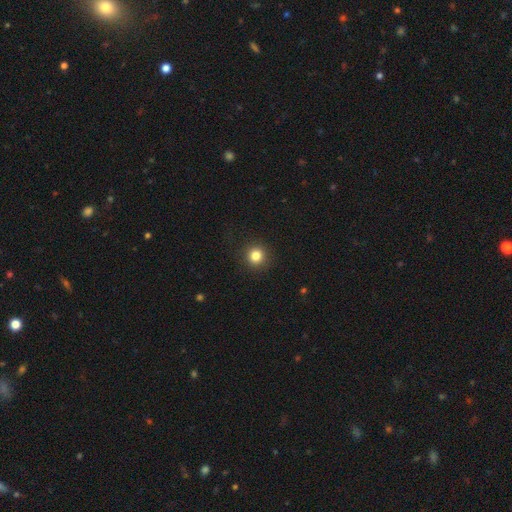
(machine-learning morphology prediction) smooth_or_featured: smooth (p=0.83) [alt: star or artifact p=0.12]
how_rounded: round (p=0.94) [alt: in between p=0.05]
merging: none (p=0.91) [alt: minor disturbance p=0.06]